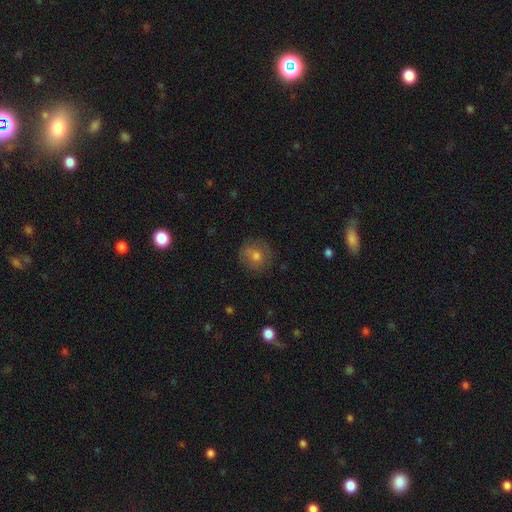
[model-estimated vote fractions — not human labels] Smooth or featured?
  - smooth: 68% *
  - featured or disk: 19%
  - star or artifact: 13%
How rounded?
  - round: 91% *
  - in between: 8%
  - cigar-shaped: 1%
Merging?
  - none: 83% *
  - minor disturbance: 12%
  - major disturbance: 4%
  - merger: 1%